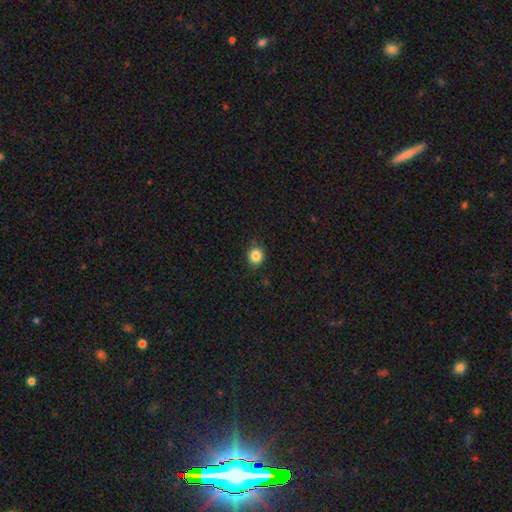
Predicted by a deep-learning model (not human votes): Smooth or featured?
  - smooth: 85% *
  - star or artifact: 11%
  - featured or disk: 5%
How rounded?
  - round: 82% *
  - in between: 17%
  - cigar-shaped: 1%
Merging?
  - none: 83% *
  - minor disturbance: 13%
  - major disturbance: 3%
  - merger: 1%